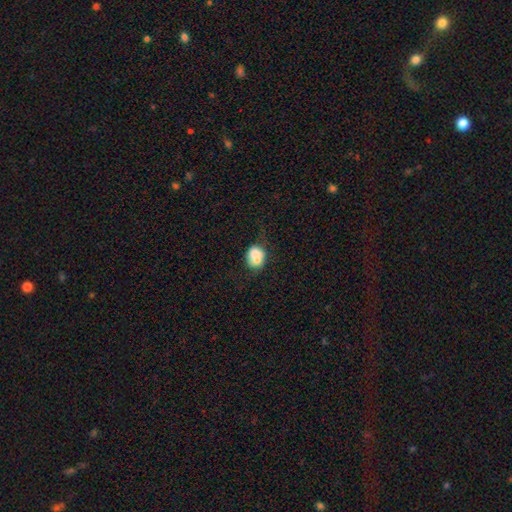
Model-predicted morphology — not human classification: A smooth galaxy with no disk features (74%) that is round (53%). Merging: none (40%).